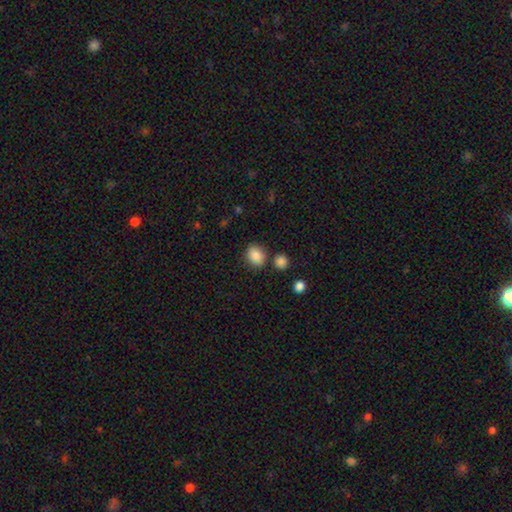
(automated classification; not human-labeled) This appears to be a smooth galaxy with no disk features (86%) that is round (58%). Merging: none (78%).